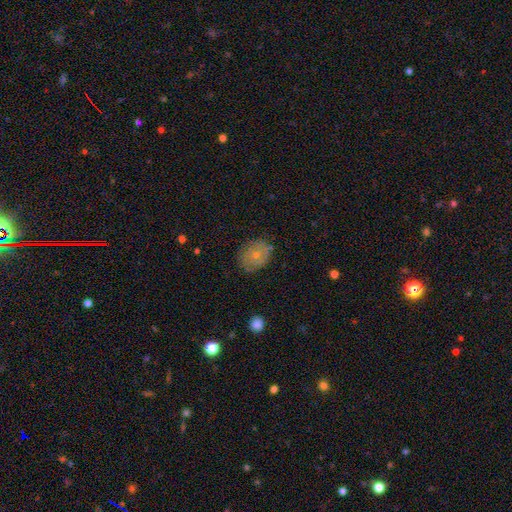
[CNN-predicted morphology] smooth_or_featured: smooth (p=0.60) [alt: featured or disk p=0.32]
how_rounded: round (p=0.54) [alt: in between p=0.45]
merging: none (p=0.73) [alt: minor disturbance p=0.20]